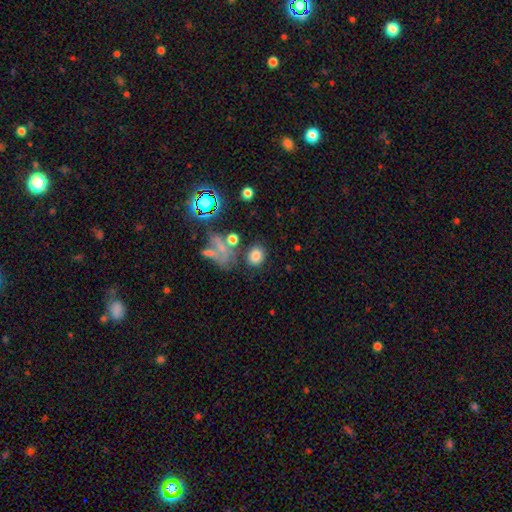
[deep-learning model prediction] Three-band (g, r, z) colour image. It shows a smooth galaxy with no disk features (76%) that is in between round and cigar-shaped (50%). Merging: none (67%).